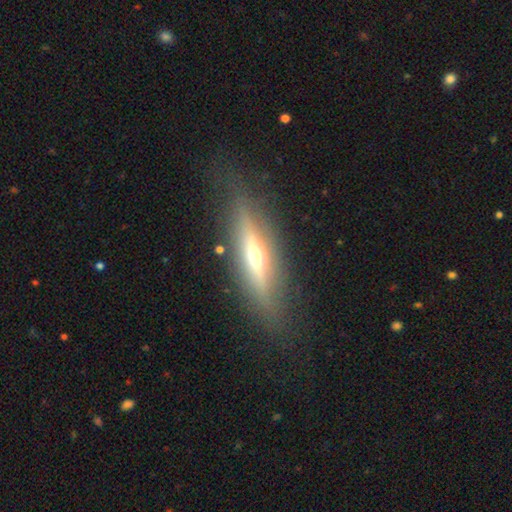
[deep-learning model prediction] smooth_or_featured: featured or disk (p=0.65) [alt: smooth p=0.27]
disk_edge_on: yes (p=0.91) [alt: no p=0.09]
edge_on_bulge: rounded (p=0.88) [alt: none p=0.08]
merging: none (p=0.82) [alt: minor disturbance p=0.12]